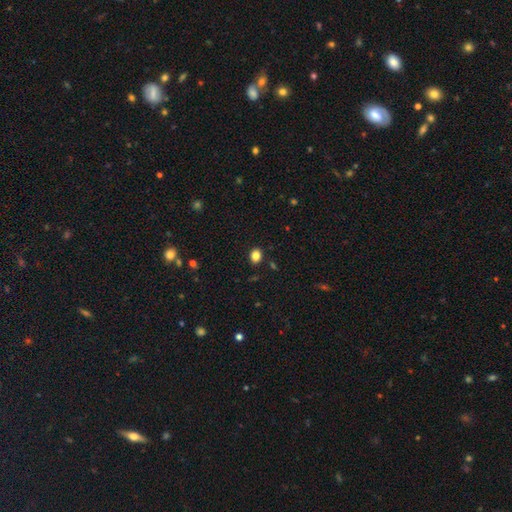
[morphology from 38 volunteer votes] Smooth or featured: smooth — 92% (star or artifact — 5%)
How rounded: round — 63% (in between — 37%)
Merging: none — 92% (minor disturbance — 8%)